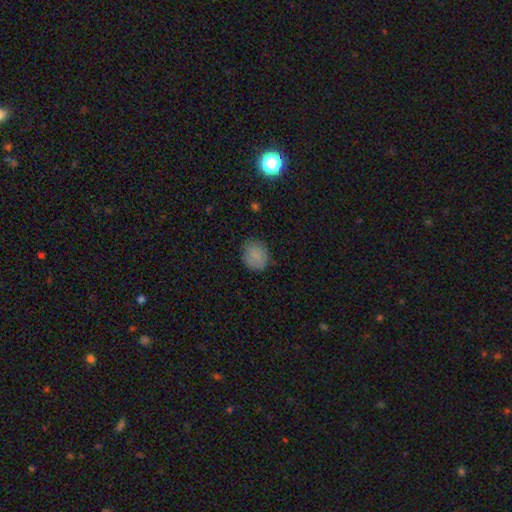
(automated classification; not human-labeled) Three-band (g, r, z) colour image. It shows a smooth galaxy with no disk features (83%) that is round (72%). Merging: none (80%).